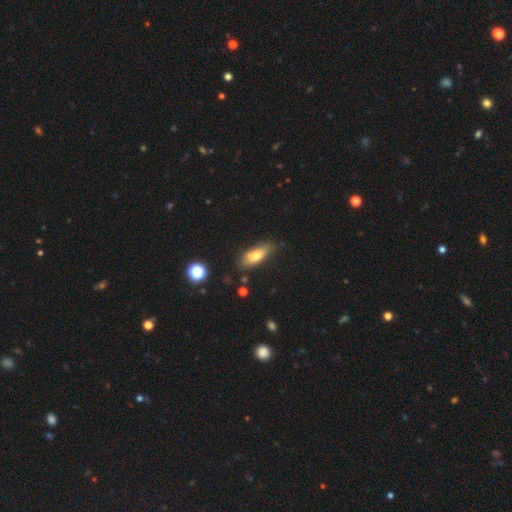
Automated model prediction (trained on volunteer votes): This is likely a smooth galaxy (71%). How rounded: likely in between (70%). Merging: likely none (77%).